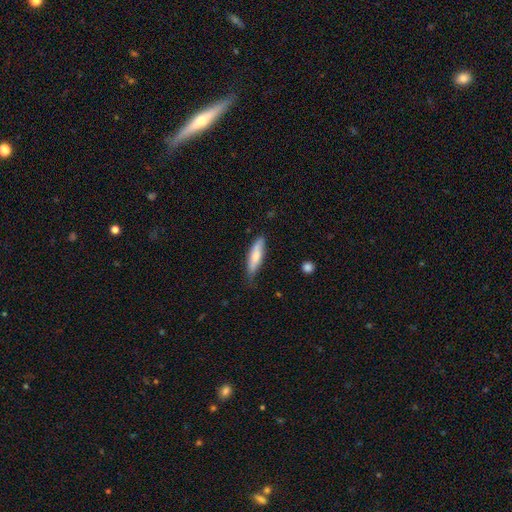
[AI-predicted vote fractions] smooth 71%, featured or disk 24%, star or artifact 6%. Down the decision tree: how rounded — cigar-shaped (67%); merging — none (73%).